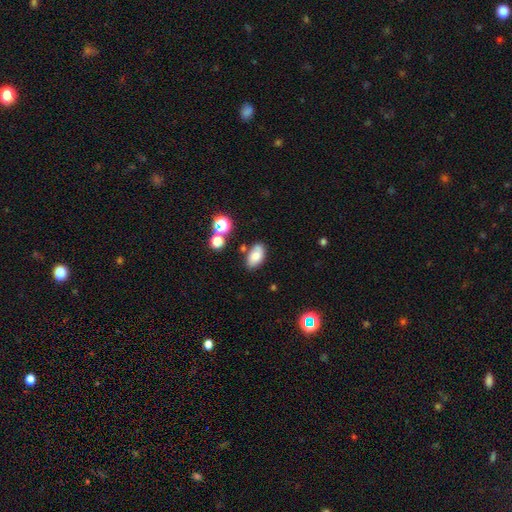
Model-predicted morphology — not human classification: Q: Smooth or featured?
A: smooth (77%); runner-up: featured or disk (12%)
Q: How rounded?
A: in between (92%); runner-up: round (5%)
Q: Merging?
A: none (74%); runner-up: minor disturbance (16%)